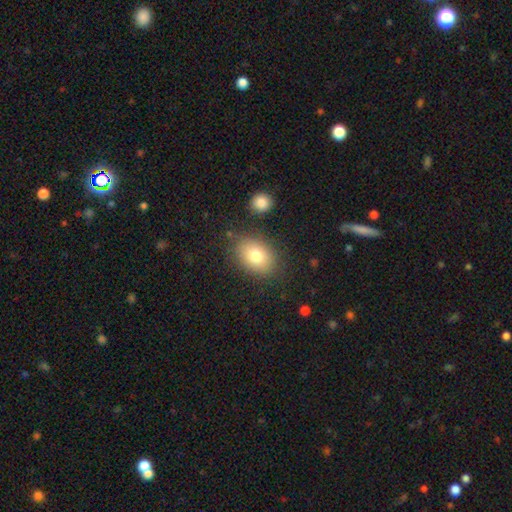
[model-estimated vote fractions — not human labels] Smooth or featured?
  - smooth: 78% *
  - featured or disk: 12%
  - star or artifact: 9%
How rounded?
  - in between: 75% *
  - round: 24%
  - cigar-shaped: 1%
Merging?
  - none: 81% *
  - minor disturbance: 12%
  - major disturbance: 4%
  - merger: 4%